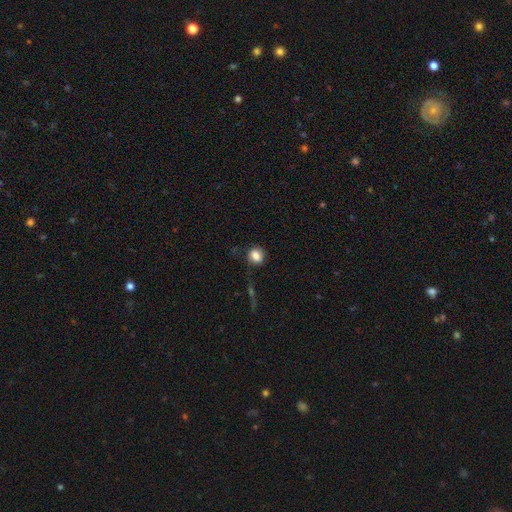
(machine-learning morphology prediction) Smooth or featured? Predicted: smooth (p=0.83). How rounded? Predicted: round (p=0.72). Merging? Predicted: none (p=0.78).